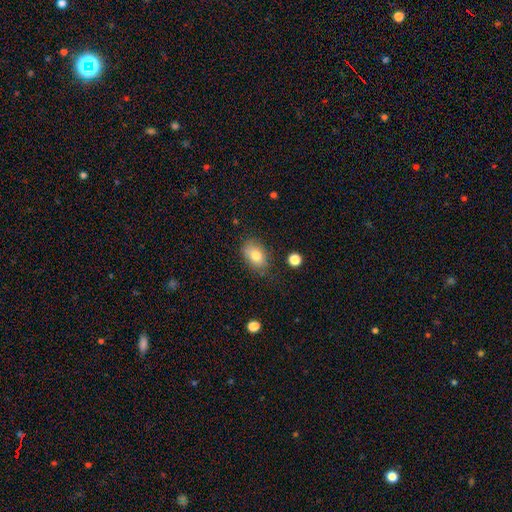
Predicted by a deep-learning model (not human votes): smooth-or-featured: smooth: 79% | featured or disk: 12% | star or artifact: 9%
  how-rounded: in between: 83% | round: 16% | cigar-shaped: 2%
  merging: none: 75% | minor disturbance: 18% | major disturbance: 5% | merger: 2%